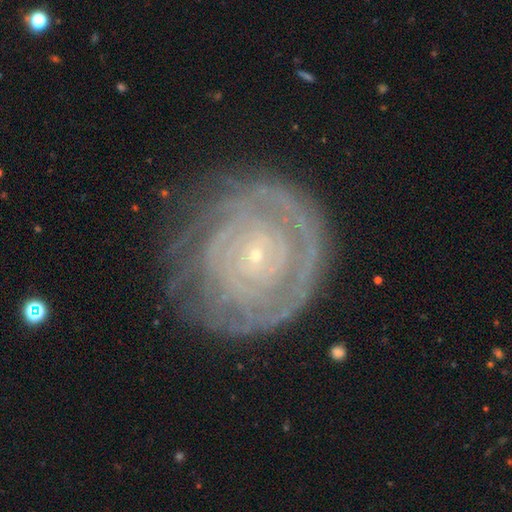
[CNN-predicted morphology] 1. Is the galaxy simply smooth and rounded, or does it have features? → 80% featured or disk, 13% smooth, 7% star or artifact.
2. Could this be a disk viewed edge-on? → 97% no, 3% yes.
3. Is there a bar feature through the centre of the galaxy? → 81% no, 13% weak, 5% strong.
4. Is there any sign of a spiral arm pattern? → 87% yes, 13% no.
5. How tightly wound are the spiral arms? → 85% tight, 11% medium, 4% loose.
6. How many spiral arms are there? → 46% can't tell, 16% 2, 12% 3, 10% 4, 9% more than 4, 7% 1.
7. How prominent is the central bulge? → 89% small, 6% moderate, 2% none, 1% large, 1% dominant.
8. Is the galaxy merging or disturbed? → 72% none, 18% minor disturbance, 9% major disturbance, 2% merger.